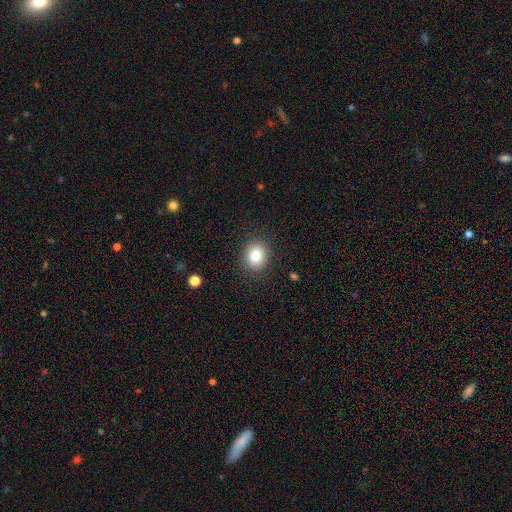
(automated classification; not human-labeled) smooth-or-featured: smooth: 81% | star or artifact: 11% | featured or disk: 9%
  how-rounded: round: 69% | in between: 31% | cigar-shaped: 1%
  merging: none: 89% | minor disturbance: 8% | major disturbance: 3% | merger: 1%